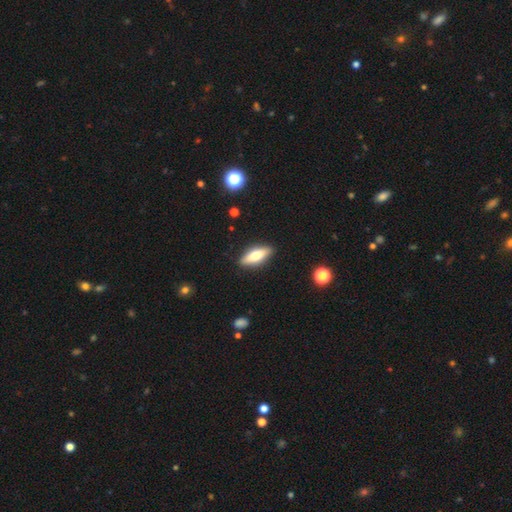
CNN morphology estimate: Overall: smooth (58%; featured or disk 36%). How rounded: in between (59%; cigar-shaped 39%). Merging: none (89%).